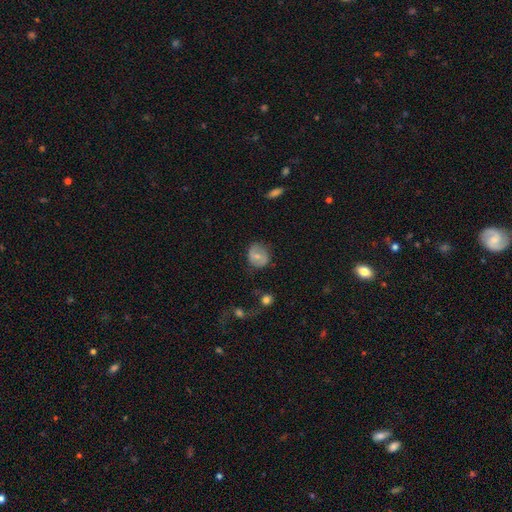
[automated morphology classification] type=smooth (60%); roundness=round (58%); merging=none (71%).